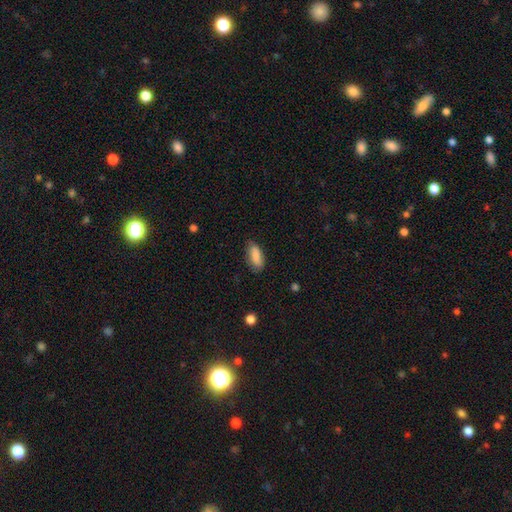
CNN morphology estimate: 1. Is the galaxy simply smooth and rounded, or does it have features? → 83% smooth, 10% featured or disk, 7% star or artifact.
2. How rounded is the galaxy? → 80% in between, 17% cigar-shaped, 2% round.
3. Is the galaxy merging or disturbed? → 75% none, 20% minor disturbance, 4% major disturbance, 2% merger.